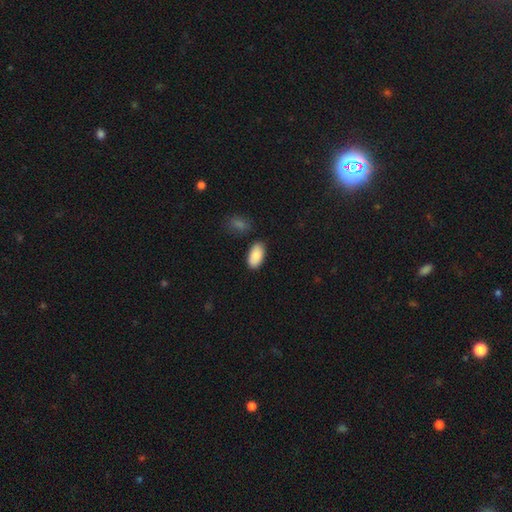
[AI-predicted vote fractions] Smooth or featured: smooth — 89% (star or artifact — 6%)
How rounded: in between — 95% (cigar-shaped — 3%)
Merging: none — 81% (minor disturbance — 12%)